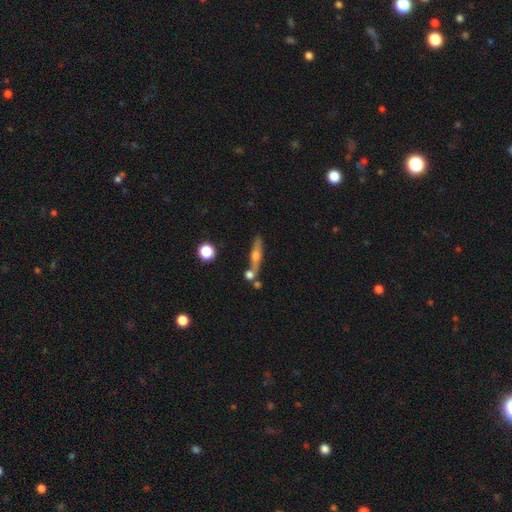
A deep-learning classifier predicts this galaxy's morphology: The model was most divided on "smooth or featured": featured or disk: 53%, smooth: 39%, star or artifact: 8%. More confident: edge-on disk — yes (90%); merging — none (66%).